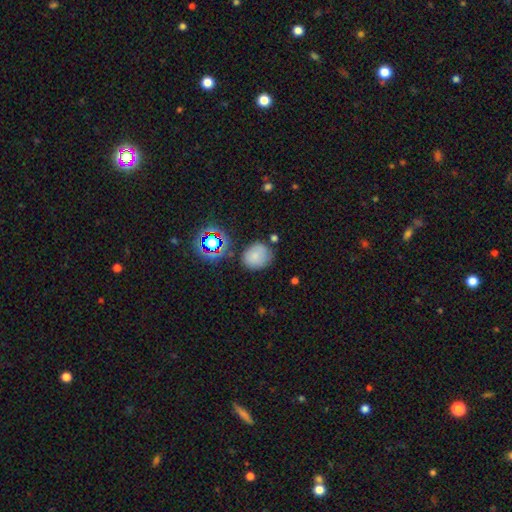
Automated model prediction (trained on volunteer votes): Q: Smooth or featured?
A: smooth (74%); runner-up: star or artifact (16%)
Q: How rounded?
A: round (67%); runner-up: in between (32%)
Q: Merging?
A: none (70%); runner-up: minor disturbance (19%)